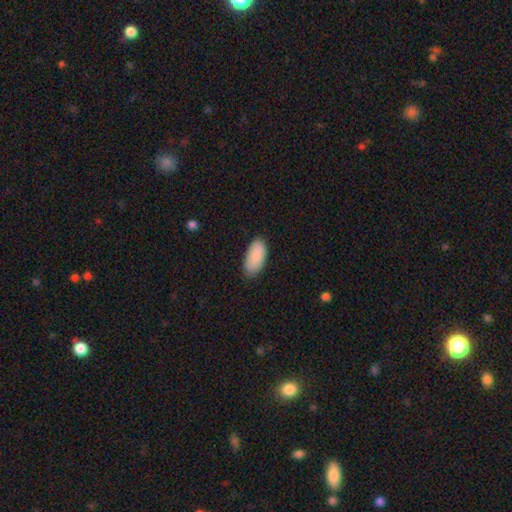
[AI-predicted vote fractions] Smooth or featured? smooth (90%)
How rounded? in between (93%)
Merging? none (83%)